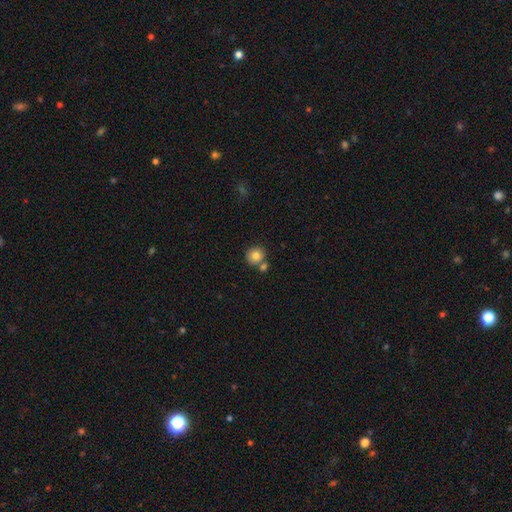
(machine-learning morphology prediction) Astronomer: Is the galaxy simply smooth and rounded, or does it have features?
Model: smooth — 81%.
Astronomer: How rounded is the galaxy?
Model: round — 89%.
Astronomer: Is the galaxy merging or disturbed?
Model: none — 65%.